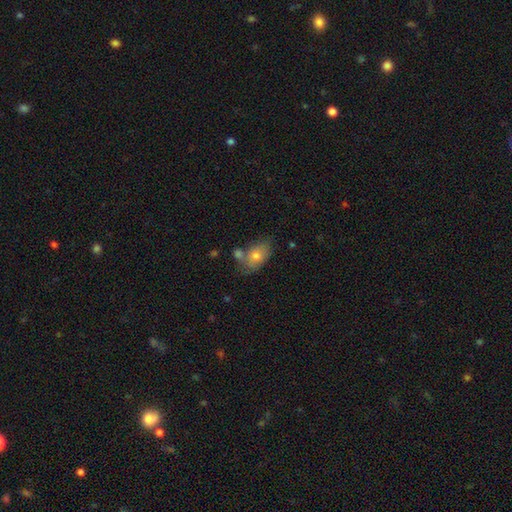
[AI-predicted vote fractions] Smooth or featured? smooth (71%)
How rounded? in between (85%)
Merging? none (50%)